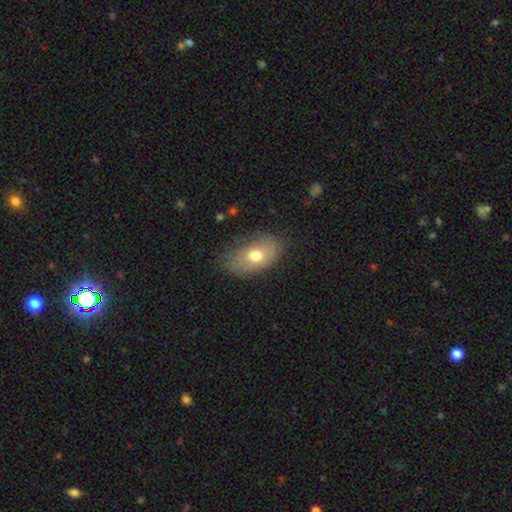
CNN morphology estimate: Q: Smooth or featured?
A: smooth (67%); runner-up: featured or disk (25%)
Q: How rounded?
A: in between (88%); runner-up: round (10%)
Q: Merging?
A: none (63%); runner-up: minor disturbance (26%)